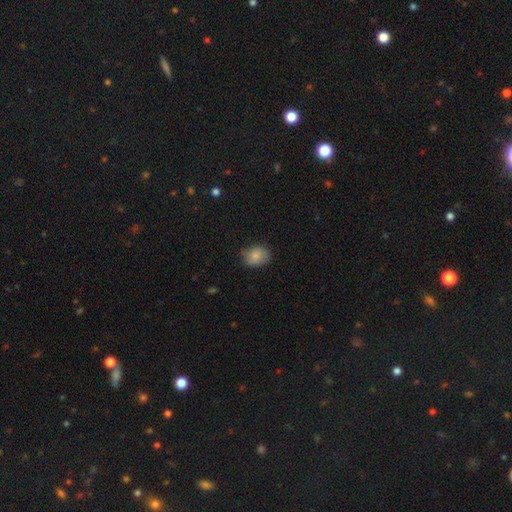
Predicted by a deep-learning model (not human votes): Smooth or featured? Predicted: smooth (p=0.82). How rounded? Predicted: in between (p=0.53). Merging? Predicted: none (p=0.75).